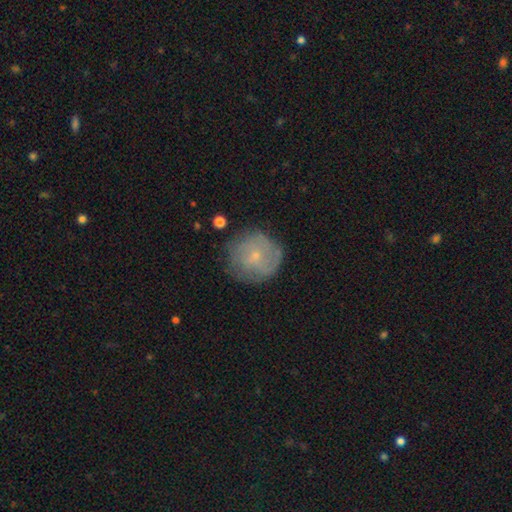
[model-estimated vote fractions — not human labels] Smooth or featured? Predicted: smooth (p=0.47). Merging? Predicted: none (p=0.72).